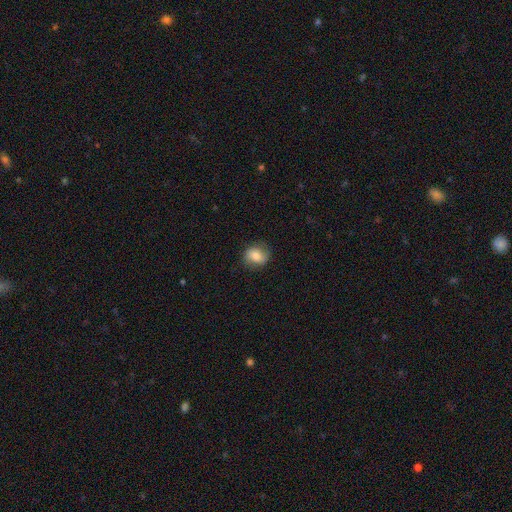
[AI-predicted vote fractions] Q: Smooth or featured?
A: smooth (69%); runner-up: featured or disk (22%)
Q: How rounded?
A: round (62%); runner-up: in between (37%)
Q: Merging?
A: none (79%); runner-up: minor disturbance (15%)